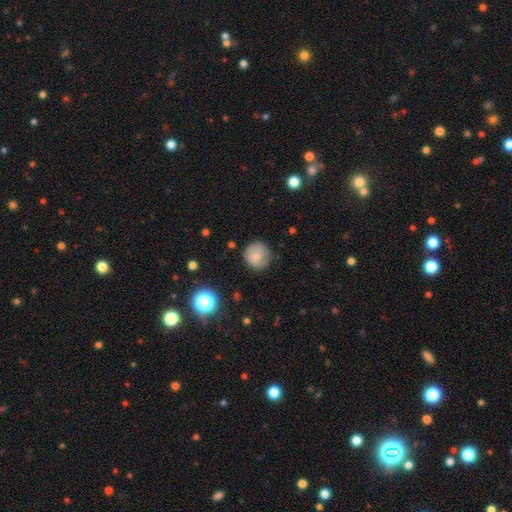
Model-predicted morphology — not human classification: Smooth or featured: smooth — 77% (featured or disk — 14%)
How rounded: round — 91% (in between — 8%)
Merging: none — 79% (minor disturbance — 16%)